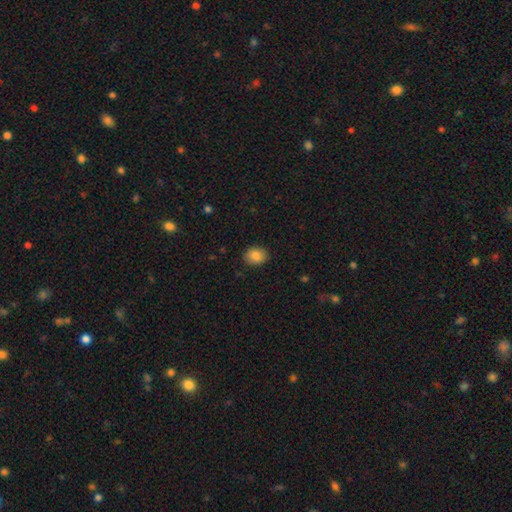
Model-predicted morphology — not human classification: smooth-or-featured: smooth: 86% | star or artifact: 8% | featured or disk: 5%
  how-rounded: in between: 61% | round: 38% | cigar-shaped: 1%
  merging: none: 88% | minor disturbance: 9% | major disturbance: 2% | merger: 1%